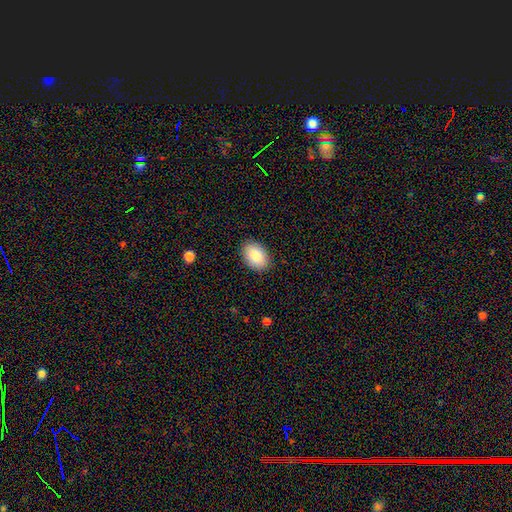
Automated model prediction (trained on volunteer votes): smooth 87%, star or artifact 6%, featured or disk 6%. Down the decision tree: how rounded — in between (88%); merging — none (89%).